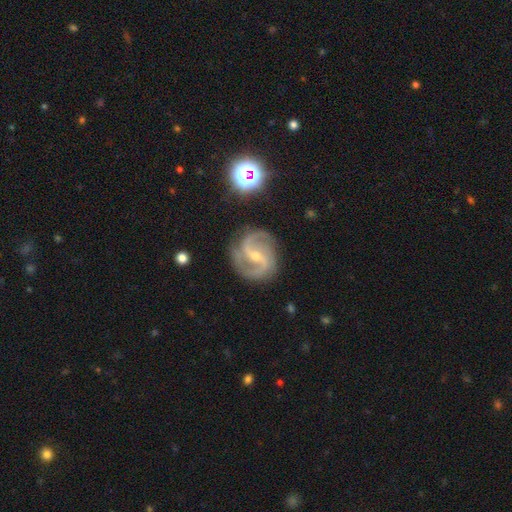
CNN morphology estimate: featured or disk 90%, star or artifact 6%, smooth 4%. Down the decision tree: edge-on disk — no (98%); bar — weak (43%); spiral arms — yes (98%); spiral arm count — 2 (86%); spiral winding — medium (56%); bulge size — small (65%); merging — none (80%).